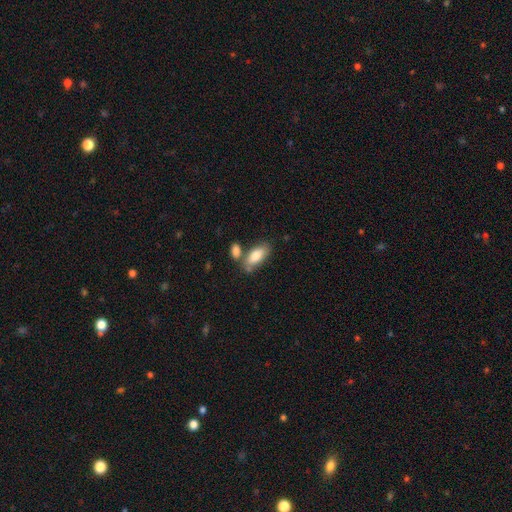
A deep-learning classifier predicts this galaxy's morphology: Overall: smooth (77%). How rounded: in between (85%). Merging: none (58%; merger 23%).